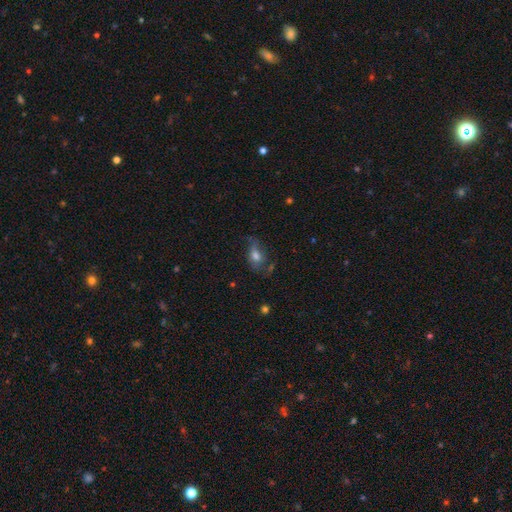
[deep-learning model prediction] Smooth or featured? Predicted: smooth (p=0.61). How rounded? Predicted: in between (p=0.77). Merging? Predicted: none (p=0.44).